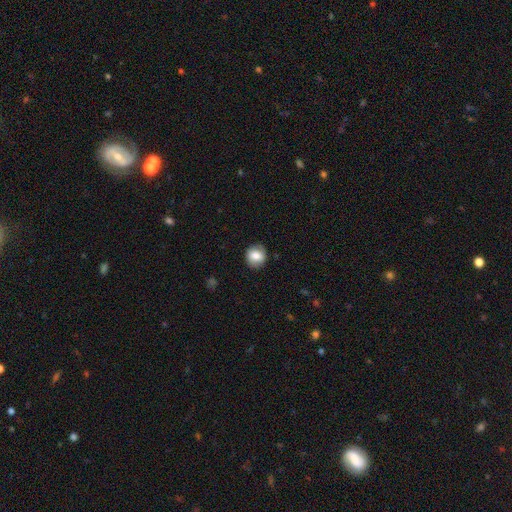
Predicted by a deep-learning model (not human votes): Morphology: type=smooth (75%); roundness=round (78%); merging=none (84%).